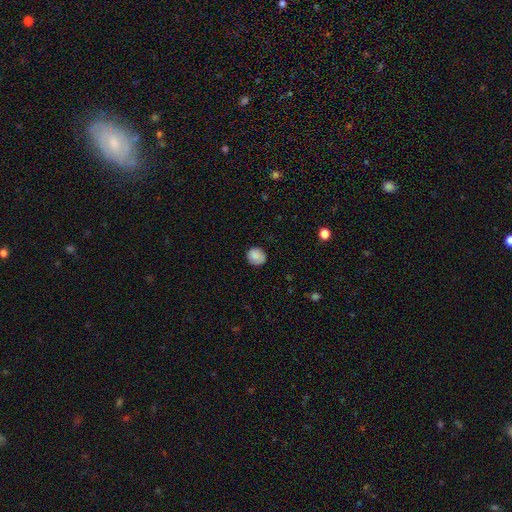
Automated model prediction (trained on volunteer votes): A smooth galaxy with no disk features (84%) that is round (80%). Merging: none (80%).